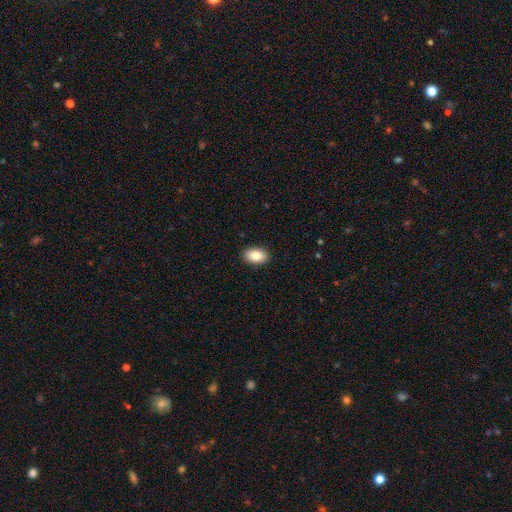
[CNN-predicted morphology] Smooth or featured?
  - smooth: 85% *
  - featured or disk: 8%
  - star or artifact: 7%
How rounded?
  - in between: 90% *
  - round: 9%
  - cigar-shaped: 1%
Merging?
  - none: 90% *
  - minor disturbance: 7%
  - major disturbance: 2%
  - merger: 1%